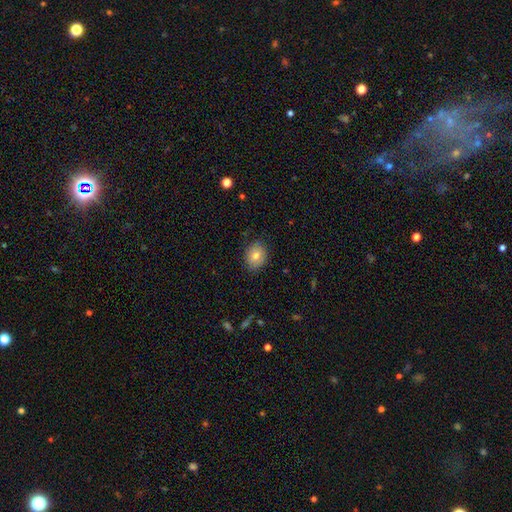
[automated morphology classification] type=smooth (77%); roundness=in between (56%); merging=none (84%).